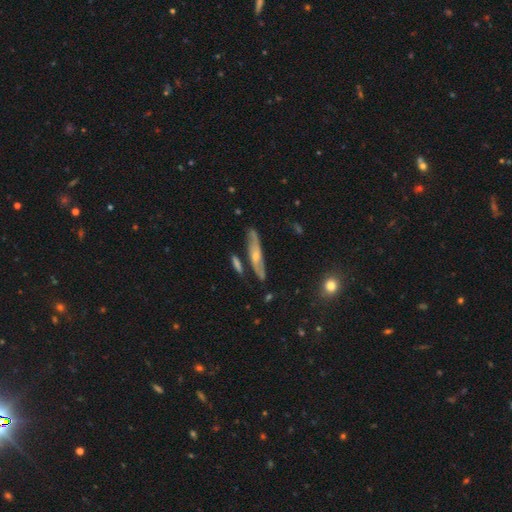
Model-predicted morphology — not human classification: Smooth or featured? featured or disk (63%)
Edge-on disk? yes (59%)
Merging? none (74%)